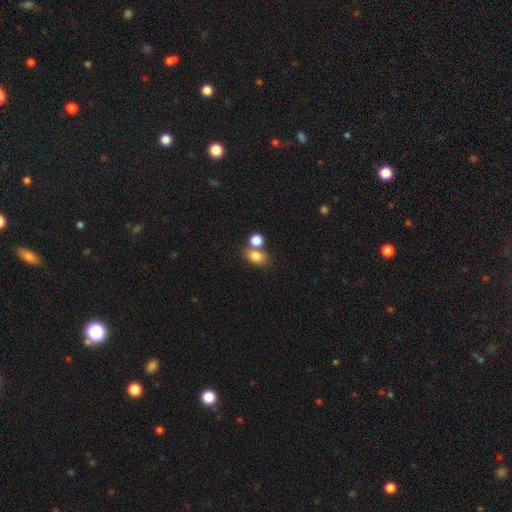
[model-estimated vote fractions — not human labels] This is clearly a smooth galaxy (81%). How rounded: likely in between (68%). Merging: possibly none (50%).